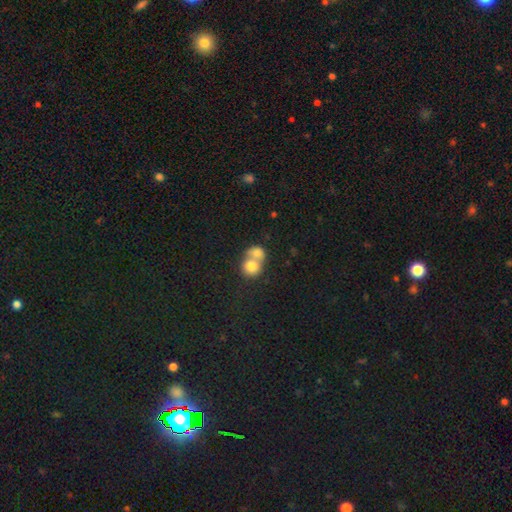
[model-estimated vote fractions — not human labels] Smooth or featured: smooth — 76% (featured or disk — 16%)
How rounded: round — 69% (in between — 30%)
Merging: merger — 73% (none — 19%)